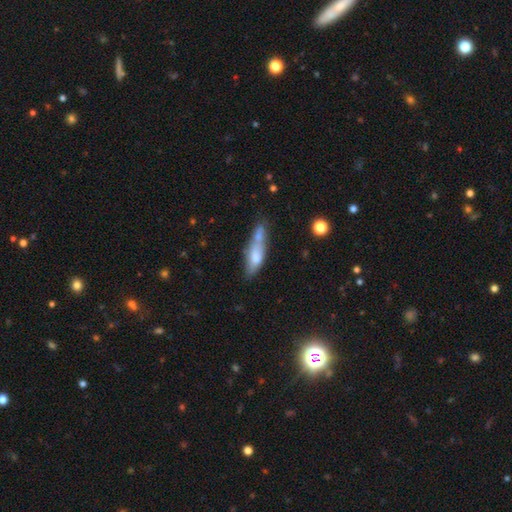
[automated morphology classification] type=smooth (65%); roundness=cigar-shaped (50%); merging=none (40%).